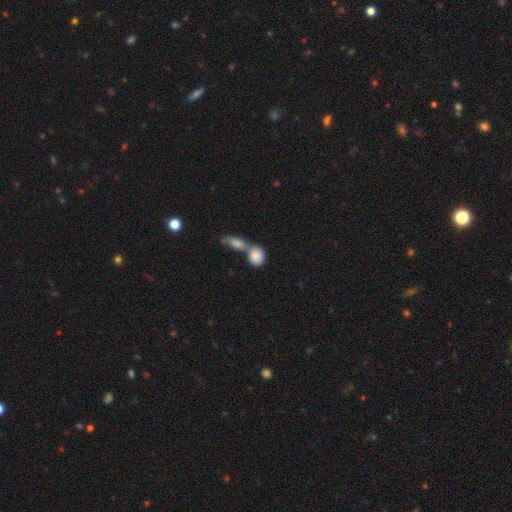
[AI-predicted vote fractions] Morphology: type=smooth (84%); roundness=in between (51%); merging=merger (64%).